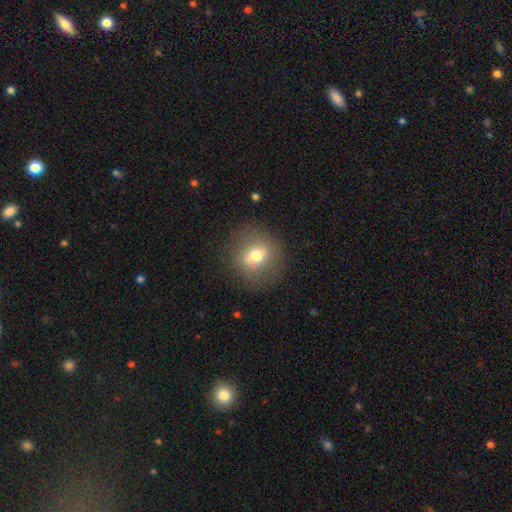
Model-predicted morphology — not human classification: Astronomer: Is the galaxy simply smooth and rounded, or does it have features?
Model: smooth — 61%.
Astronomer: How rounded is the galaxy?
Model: round — 78%.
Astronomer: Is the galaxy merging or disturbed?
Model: none — 84%.